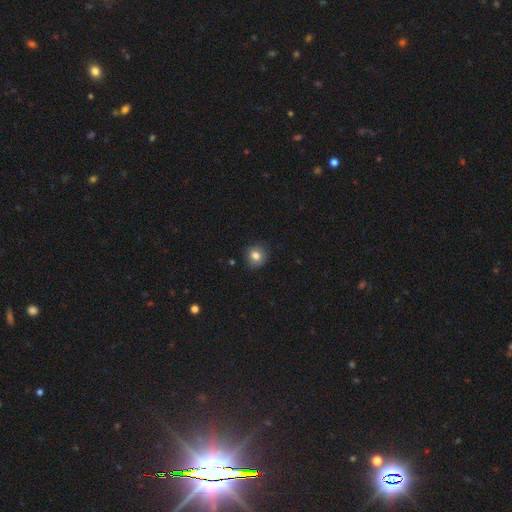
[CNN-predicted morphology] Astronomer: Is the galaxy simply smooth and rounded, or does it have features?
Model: smooth — 80%.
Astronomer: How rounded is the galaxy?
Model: round — 85%.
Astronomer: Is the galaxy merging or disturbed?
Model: none — 85%.